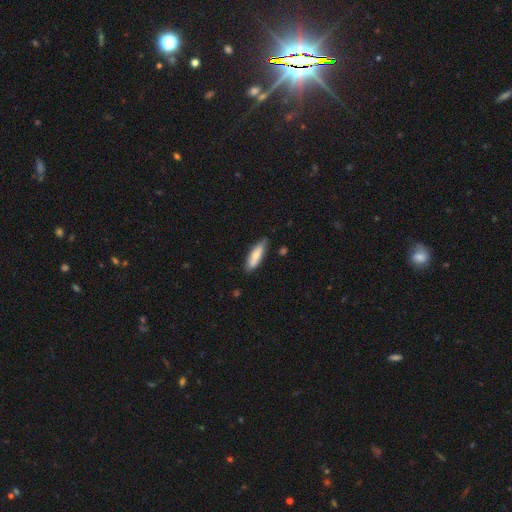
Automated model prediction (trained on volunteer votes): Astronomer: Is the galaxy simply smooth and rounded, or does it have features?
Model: smooth — 71%.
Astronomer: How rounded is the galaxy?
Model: cigar-shaped — 54% (runner-up: in between, 44%).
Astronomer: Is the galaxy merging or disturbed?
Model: none — 78%.